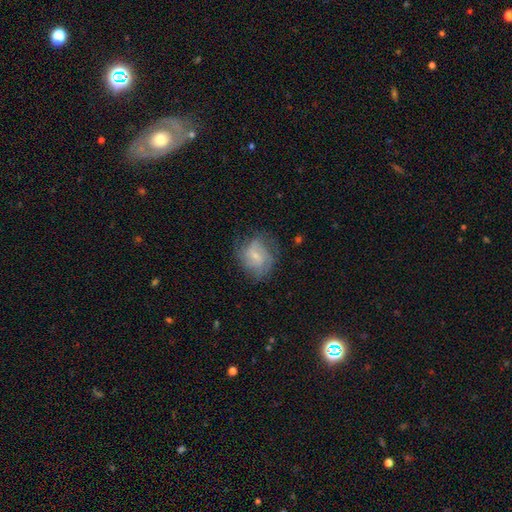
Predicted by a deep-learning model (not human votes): A featured or disk galaxy (67%) with a weak bar (50%), medium (44%) spiral arms (88%) and a small central bulge (65%).

Vote fractions:
- Smooth or featured? featured or disk: 67% / smooth: 25% / star or artifact: 8%
- Edge-on disk? no: 98% / yes: 2%
- Bar? weak: 50% / no: 41% / strong: 9%
- Spiral arms? yes: 88% / no: 12%
- Spiral winding? medium: 44% / tight: 34% / loose: 22%
- Spiral arm count? can't tell: 32% / 2: 25% / 3: 23% / 4: 11% / 1: 5% / more than 4: 4%
- Bulge size? small: 65% / moderate: 23% / none: 10% / large: 1% / dominant: 1%
- Merging? none: 66% / minor disturbance: 22% / major disturbance: 11% / merger: 1%